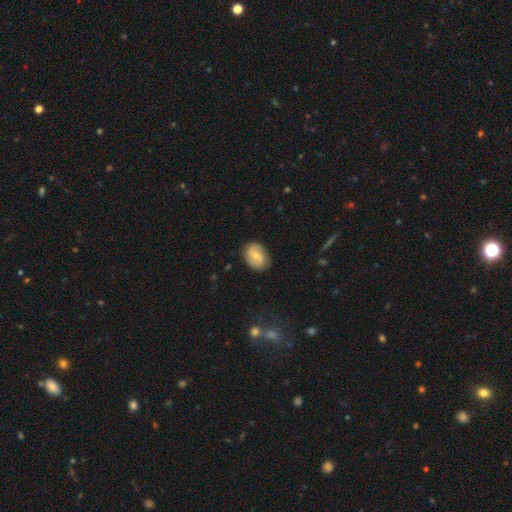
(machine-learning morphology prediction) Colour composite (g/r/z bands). It shows a smooth galaxy with no disk features (49%). Merging: none (81%).